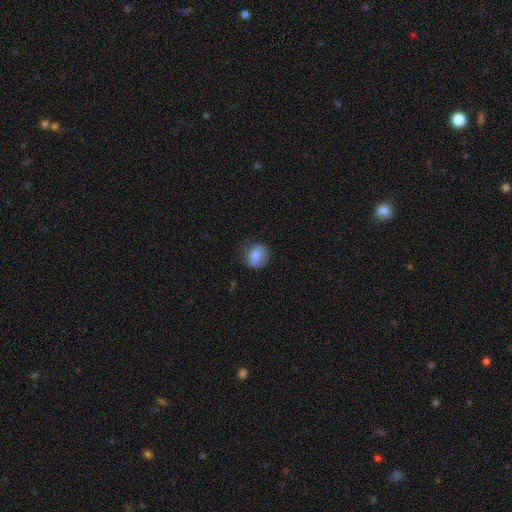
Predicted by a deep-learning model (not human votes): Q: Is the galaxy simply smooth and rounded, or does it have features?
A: smooth — 83%.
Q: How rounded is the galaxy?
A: round — 68%.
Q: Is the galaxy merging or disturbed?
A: none — 65%.